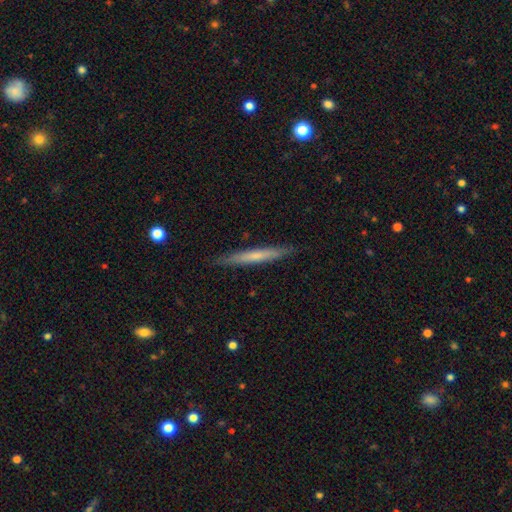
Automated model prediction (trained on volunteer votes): A smooth galaxy with no disk features (55%) that is cigar-shaped (96%). Merging: none (90%).